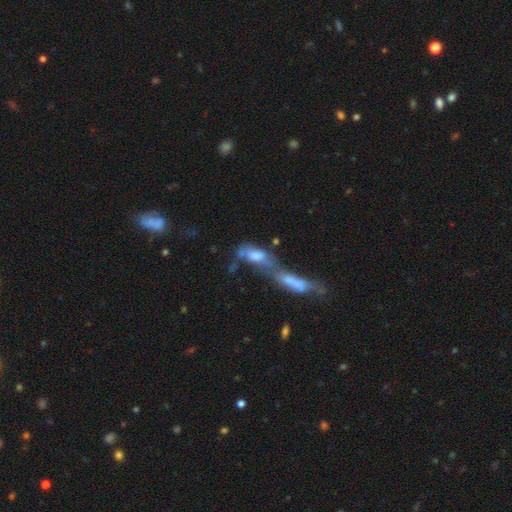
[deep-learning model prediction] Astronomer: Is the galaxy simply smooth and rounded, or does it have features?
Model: smooth — 51% (runner-up: featured or disk, 38%).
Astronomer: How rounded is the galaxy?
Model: in between — 66%.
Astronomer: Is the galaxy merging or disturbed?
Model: merger — 77%.